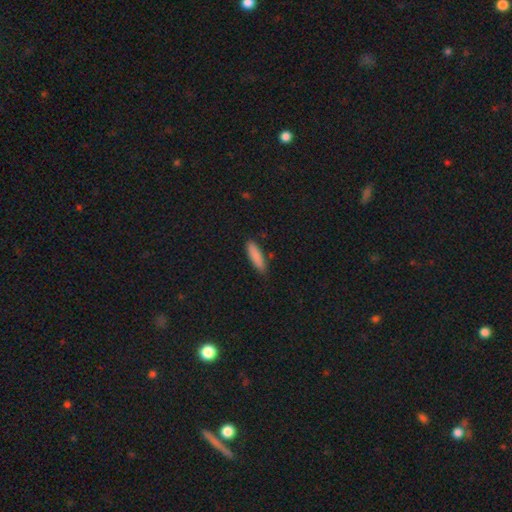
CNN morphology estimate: smooth-or-featured: smooth: 87% | featured or disk: 7% | star or artifact: 6%
  how-rounded: cigar-shaped: 67% | in between: 32% | round: 2%
  merging: none: 83% | minor disturbance: 13% | major disturbance: 2% | merger: 2%